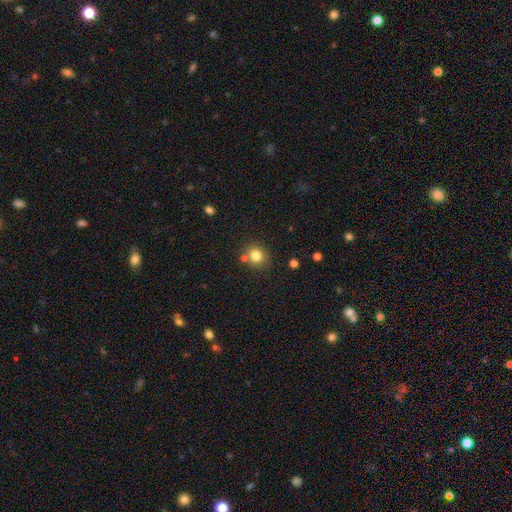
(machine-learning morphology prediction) A smooth galaxy with no disk features (81%) that is round (82%). Merging: none (73%).